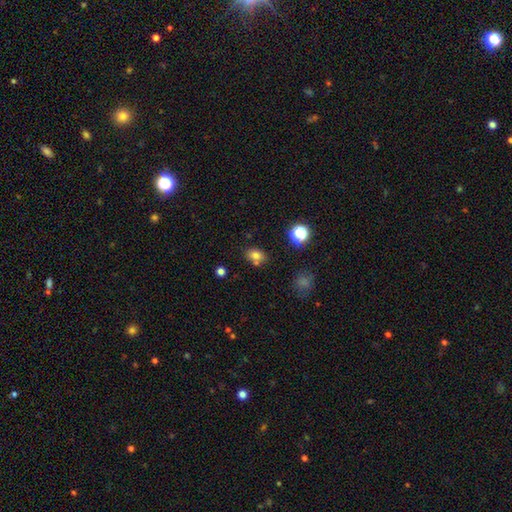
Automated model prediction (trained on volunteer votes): smooth 76%, star or artifact 15%, featured or disk 9%. Down the decision tree: how rounded — in between (67%); merging — none (68%).